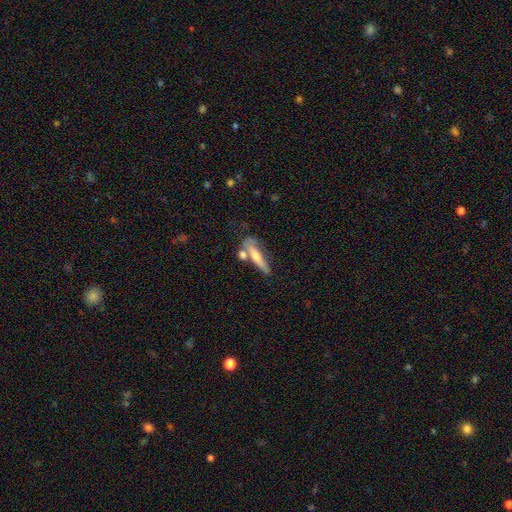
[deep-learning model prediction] Smooth or featured: featured or disk — 47% (smooth — 44%)
Merging: none — 48% (merger — 24%)